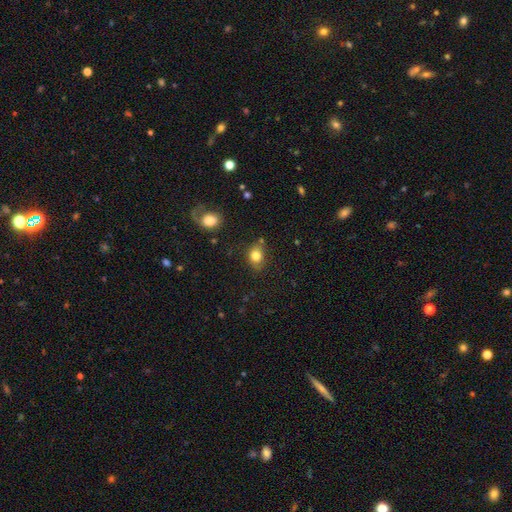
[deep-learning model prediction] smooth 81%, star or artifact 10%, featured or disk 8%. Down the decision tree: how rounded — round (51%); merging — none (70%).